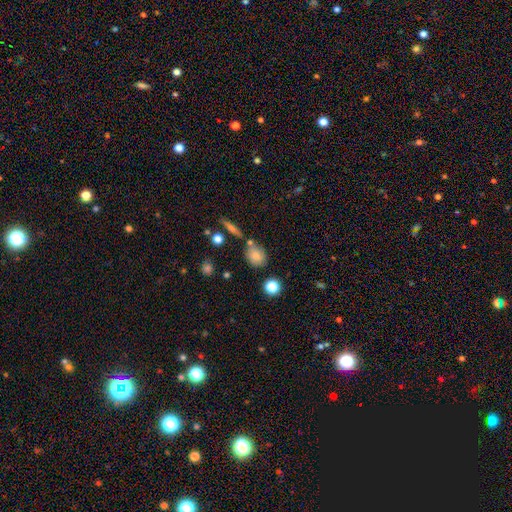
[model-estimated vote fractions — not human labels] A smooth galaxy with no disk features (79%) that is in between round and cigar-shaped (49%). Merging: none (62%).